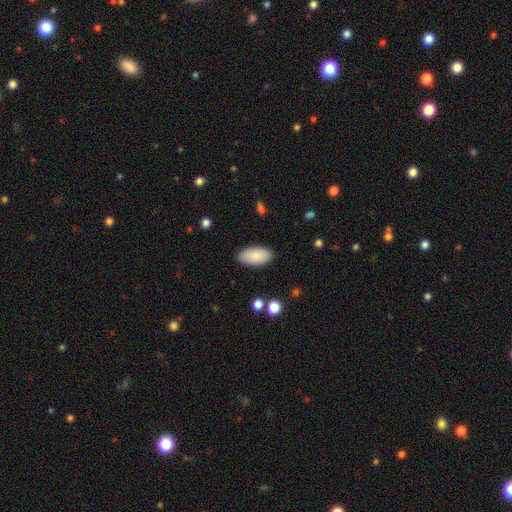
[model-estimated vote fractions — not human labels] Morphology: type=smooth (85%); roundness=in between (94%); merging=none (87%).